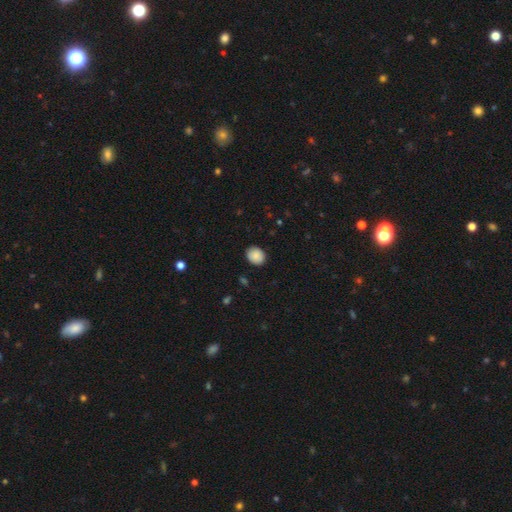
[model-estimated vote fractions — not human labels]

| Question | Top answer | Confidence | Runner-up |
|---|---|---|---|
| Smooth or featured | smooth | 88% | star or artifact (8%) |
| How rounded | round | 63% | in between (36%) |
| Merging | none | 88% | minor disturbance (9%) |